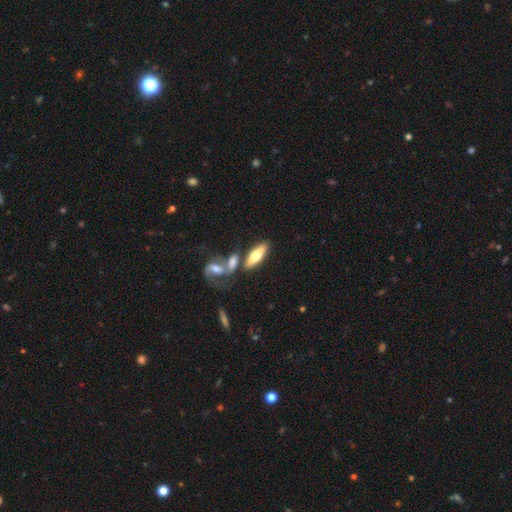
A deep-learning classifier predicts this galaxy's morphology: Smooth or featured? Predicted: smooth (p=0.54). How rounded? Predicted: in between (p=0.51). Merging? Predicted: none (p=0.60).